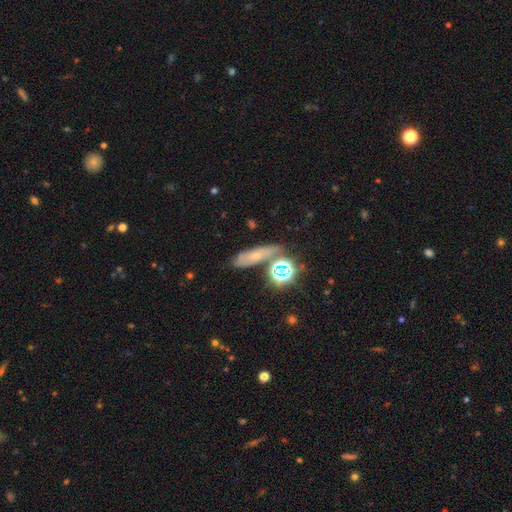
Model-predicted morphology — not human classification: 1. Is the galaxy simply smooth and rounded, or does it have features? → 44% smooth, 32% star or artifact, 24% featured or disk.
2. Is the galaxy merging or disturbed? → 66% none, 16% minor disturbance, 12% merger, 6% major disturbance.